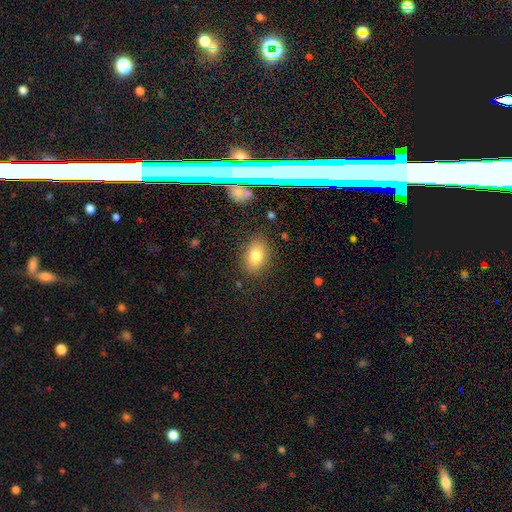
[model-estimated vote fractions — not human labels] Smooth or featured: smooth — 77% (featured or disk — 12%)
How rounded: in between — 81% (round — 18%)
Merging: none — 84% (minor disturbance — 11%)